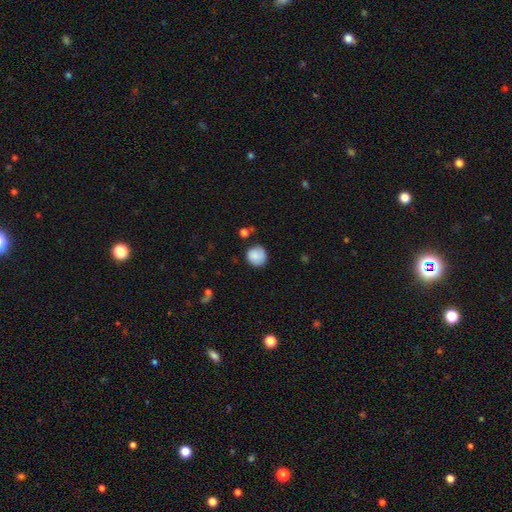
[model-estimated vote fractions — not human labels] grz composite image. It shows a smooth galaxy with no disk features (81%) that is round (90%). Merging: none (75%).